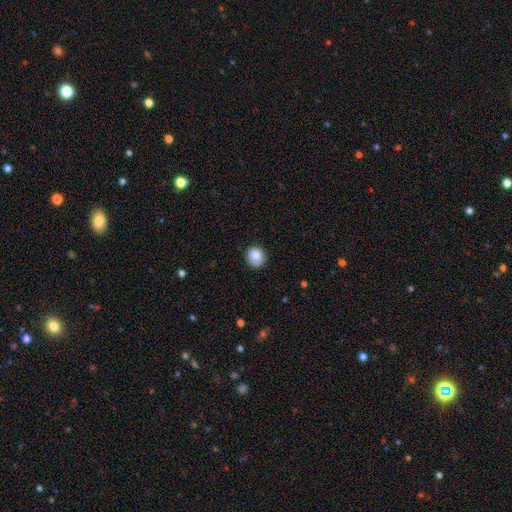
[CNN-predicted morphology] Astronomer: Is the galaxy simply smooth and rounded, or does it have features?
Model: smooth — 85%.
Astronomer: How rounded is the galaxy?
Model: round — 75%.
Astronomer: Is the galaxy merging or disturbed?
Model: none — 80%.